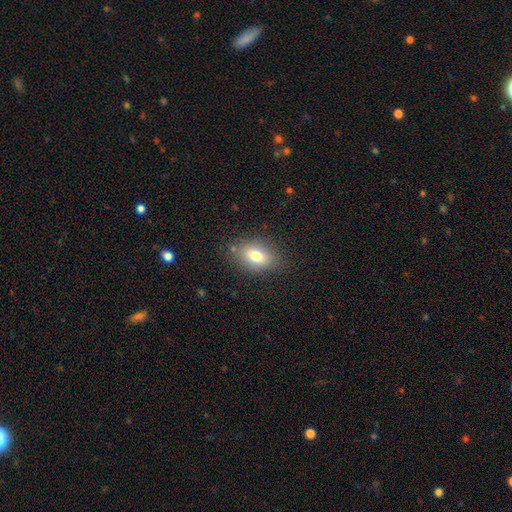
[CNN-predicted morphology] This is likely a smooth galaxy (75%). How rounded: likely in between (80%). Merging: clearly none (81%).